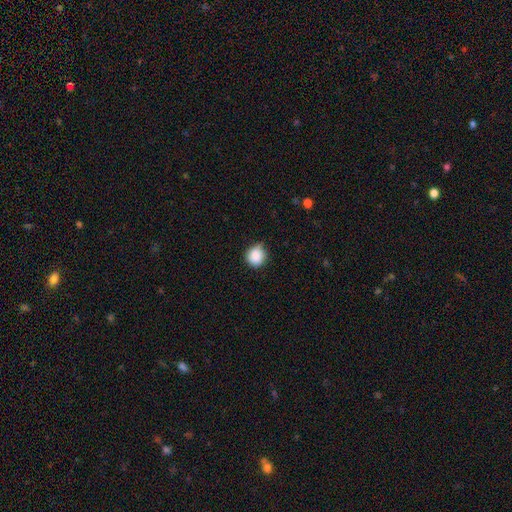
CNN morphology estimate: This is clearly a smooth galaxy (88%). How rounded: clearly round (88%). Merging: likely none (72%).